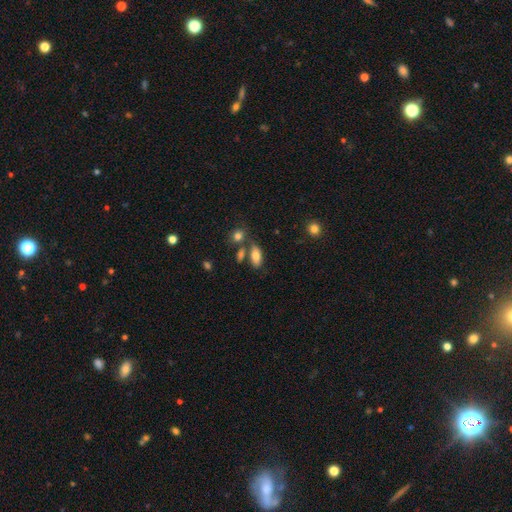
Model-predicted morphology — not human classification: Q: Smooth or featured?
A: smooth (80%); runner-up: featured or disk (12%)
Q: How rounded?
A: in between (88%); runner-up: cigar-shaped (9%)
Q: Merging?
A: none (65%); runner-up: merger (18%)